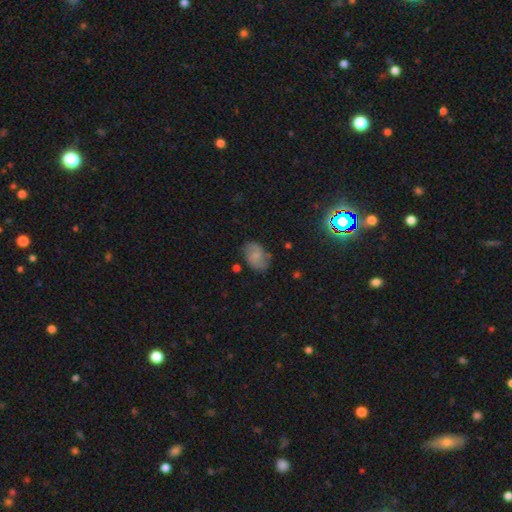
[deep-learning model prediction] This is likely a smooth galaxy (67%). How rounded: clearly in between (87%). Merging: likely none (72%).